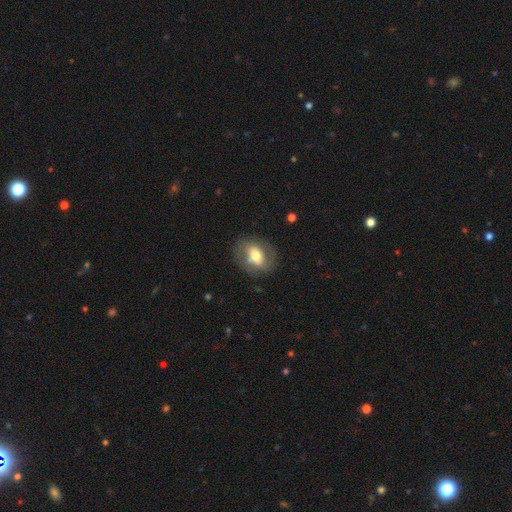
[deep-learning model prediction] Q: Smooth or featured?
A: smooth (47%); runner-up: featured or disk (46%)
Q: Merging?
A: none (71%); runner-up: minor disturbance (17%)